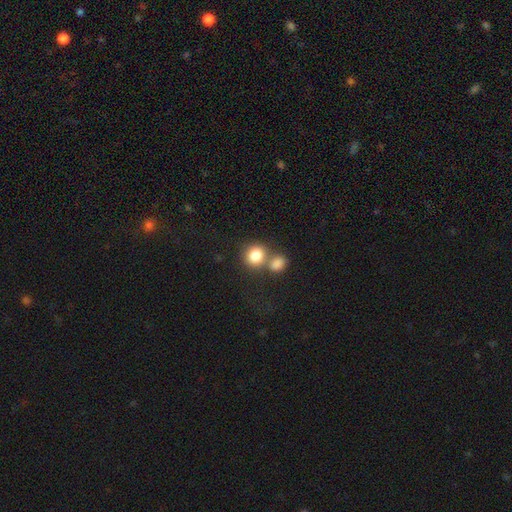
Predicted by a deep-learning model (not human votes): Smooth or featured? smooth (83%)
How rounded? round (81%)
Merging? none (46%)